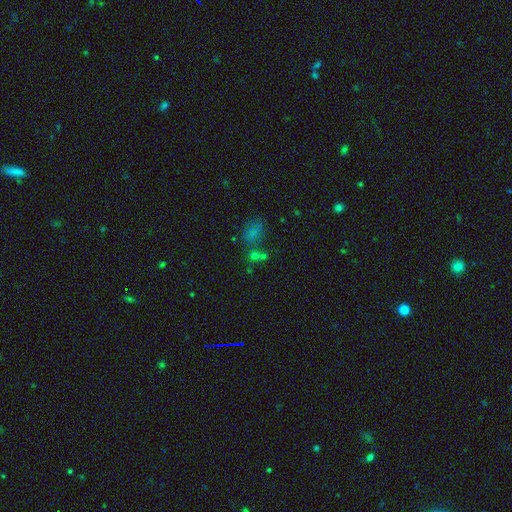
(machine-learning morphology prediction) smooth_or_featured: smooth (p=0.51) [alt: star or artifact p=0.36]
how_rounded: in between (p=0.56) [alt: round p=0.41]
merging: none (p=0.48) [alt: merger p=0.32]